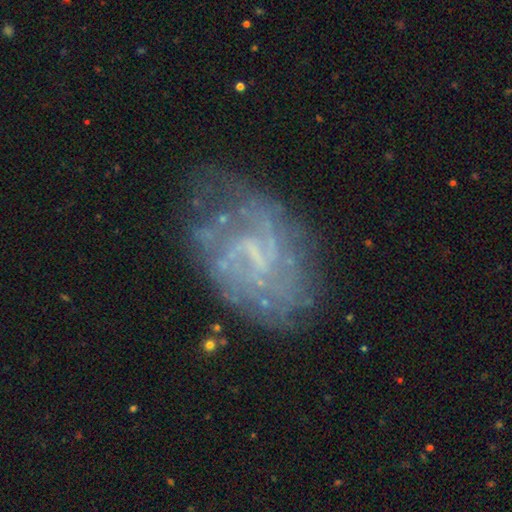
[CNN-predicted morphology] This is likely a featured or disk galaxy (75%). It is clearly not viewed edge-on (97%). Bar: possibly weak (48%). Spiral arm pattern: likely yes (73%). Spiral arm count: marginally can't tell (44%). Spiral winding: marginally medium (37%). Central bulge: possibly none (53%). Merging: possibly none (57%).